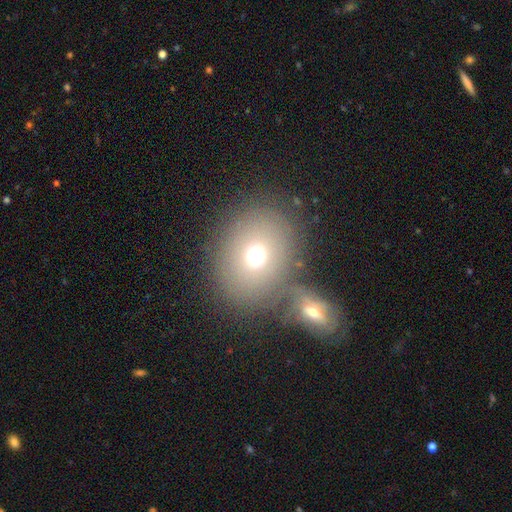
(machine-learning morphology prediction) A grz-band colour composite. It shows a smooth galaxy with no disk features (69%) that is round (58%). Merging: none (53%).